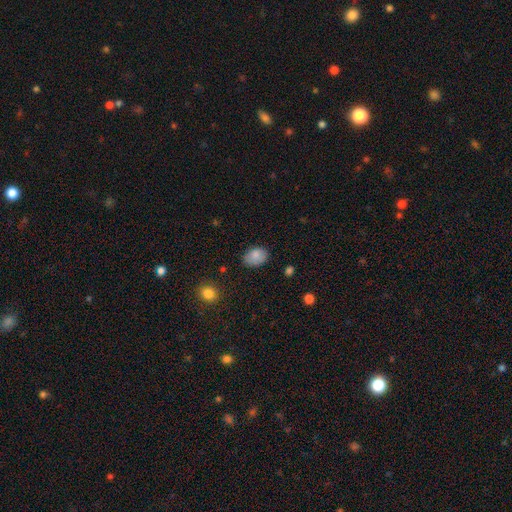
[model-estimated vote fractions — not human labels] A smooth galaxy with no disk features (83%) that is in between round and cigar-shaped (77%). Merging: none (74%).